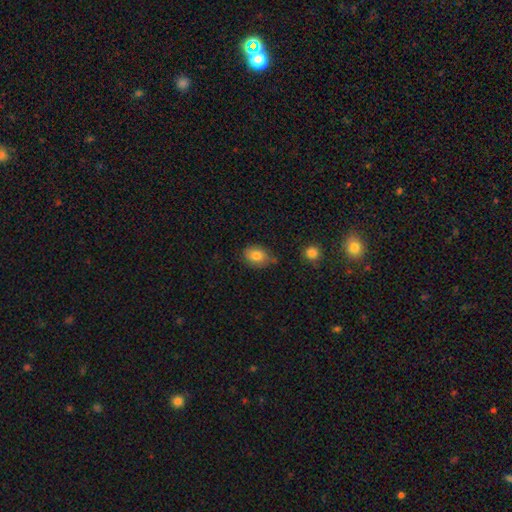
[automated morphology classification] A smooth galaxy with no disk features (80%) that is in between round and cigar-shaped (66%). Merging: none (65%).